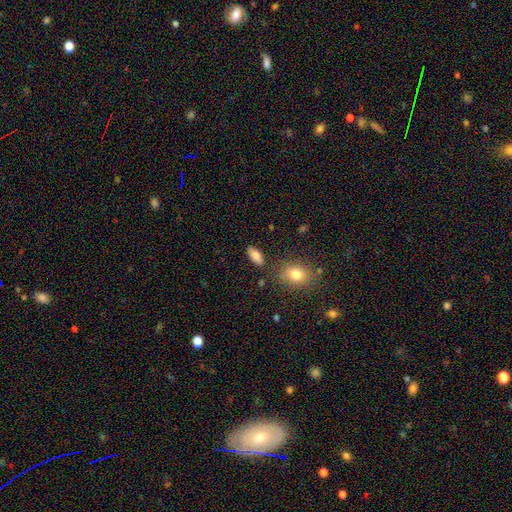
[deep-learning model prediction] smooth 83%, featured or disk 8%, star or artifact 8%. Down the decision tree: how rounded — in between (87%); merging — none (81%).